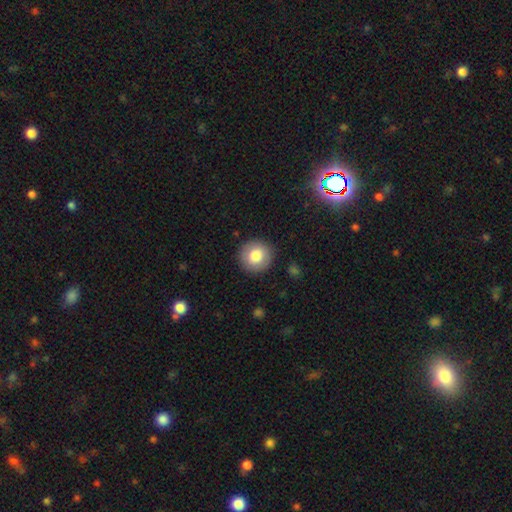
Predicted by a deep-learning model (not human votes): This is clearly a smooth galaxy (81%). How rounded: clearly round (94%). Merging: clearly none (90%).